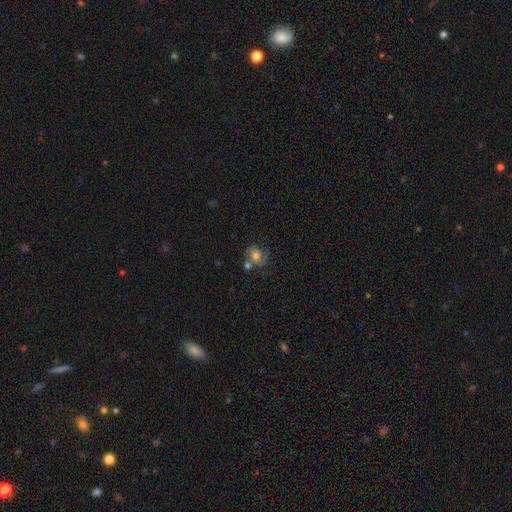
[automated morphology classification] featured or disk 47%, smooth 41%, star or artifact 11%. Down the decision tree: merging — none (51%).